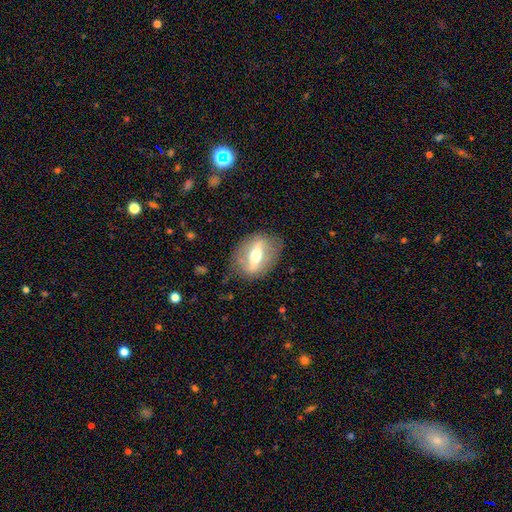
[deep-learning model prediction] smooth-or-featured: featured or disk: 66% | smooth: 27% | star or artifact: 6%
  disk-edge-on: no: 73% | yes: 27%
  merging: none: 77% | minor disturbance: 15% | major disturbance: 7% | merger: 1%